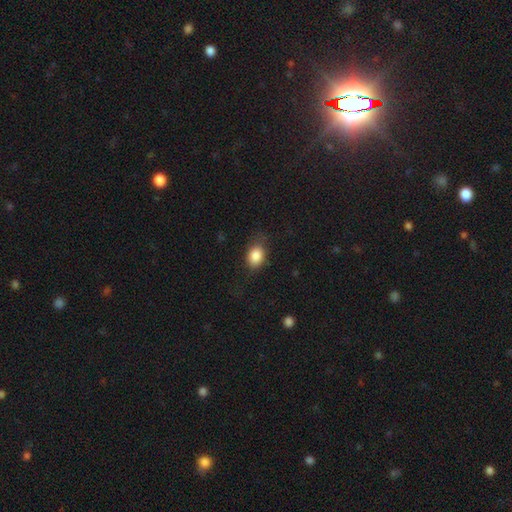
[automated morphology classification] Overall: smooth (85%). How rounded: in between (67%; round 32%). Merging: none (70%).